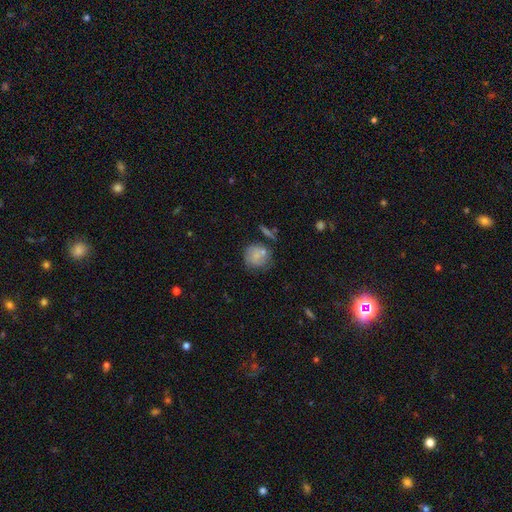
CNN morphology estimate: A smooth galaxy with no disk features (67%) that is round (83%). Merging: none (52%).